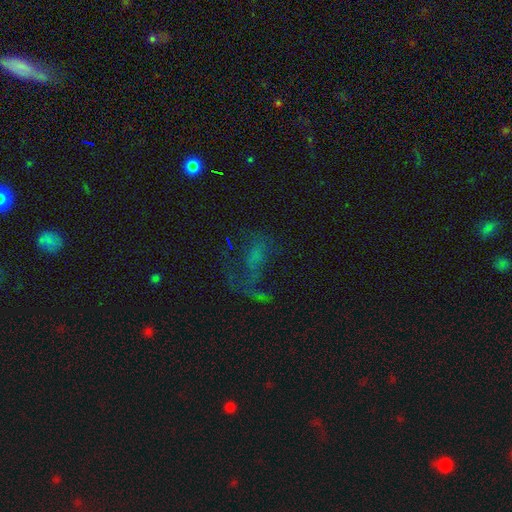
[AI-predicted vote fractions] The model was most divided on "smooth or featured": featured or disk: 42%, smooth: 32%, star or artifact: 27%. Remaining: merging — major disturbance (49%).